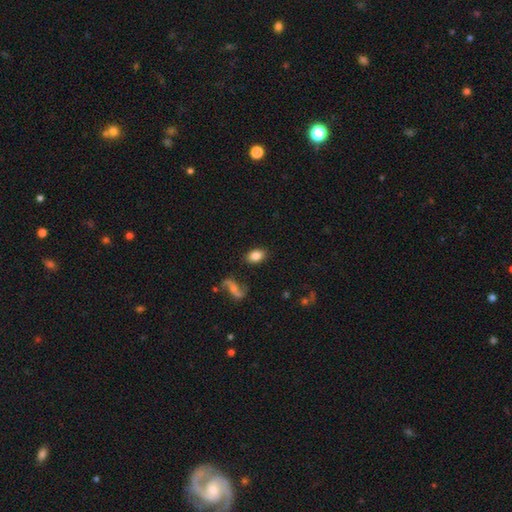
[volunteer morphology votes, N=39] Volunteers were most divided on "how rounded": in between: 76%, round: 24%, cigar-shaped: 0%. More confident: smooth or featured — smooth (74%); merging — none (72%).